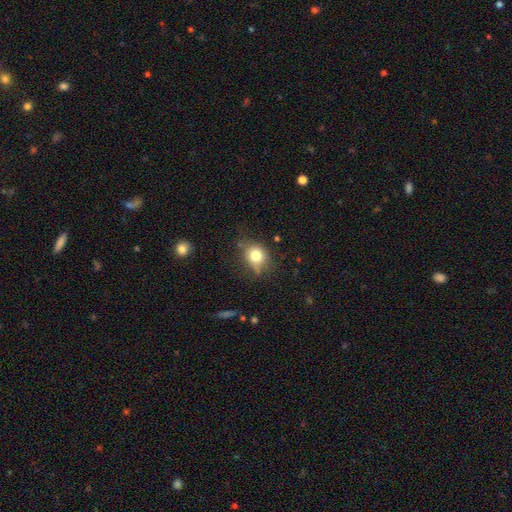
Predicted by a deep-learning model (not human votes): A smooth galaxy with no disk features (75%) that is round (68%).

Vote fractions:
- Smooth or featured? smooth: 75% / featured or disk: 14% / star or artifact: 12%
- How rounded? round: 68% / in between: 31% / cigar-shaped: 1%
- Merging? none: 65% / minor disturbance: 25% / major disturbance: 7% / merger: 3%